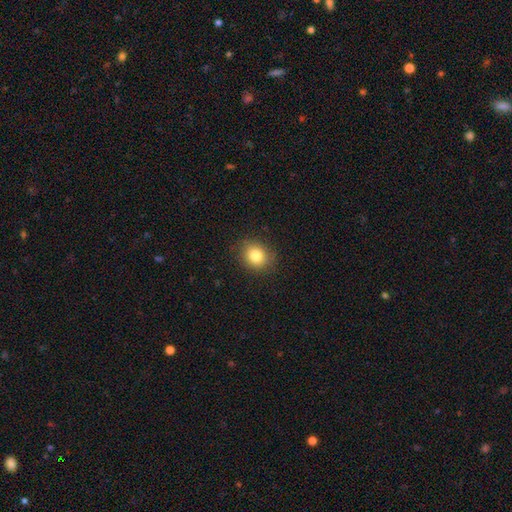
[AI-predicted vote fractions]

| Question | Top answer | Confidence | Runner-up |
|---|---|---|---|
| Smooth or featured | smooth | 82% | star or artifact (10%) |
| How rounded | round | 67% | in between (32%) |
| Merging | none | 87% | minor disturbance (10%) |